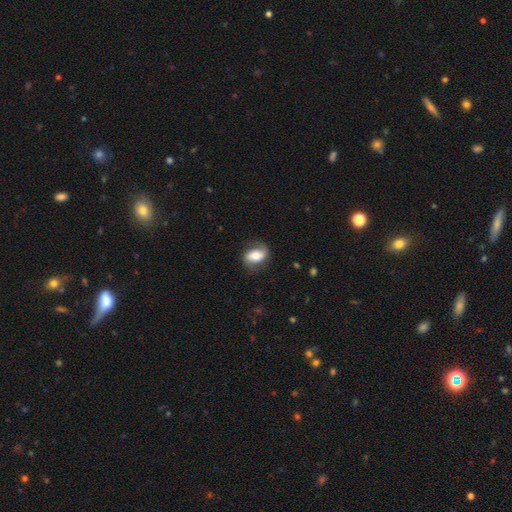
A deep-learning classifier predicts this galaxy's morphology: type=featured or disk (50%); merging=none (72%).